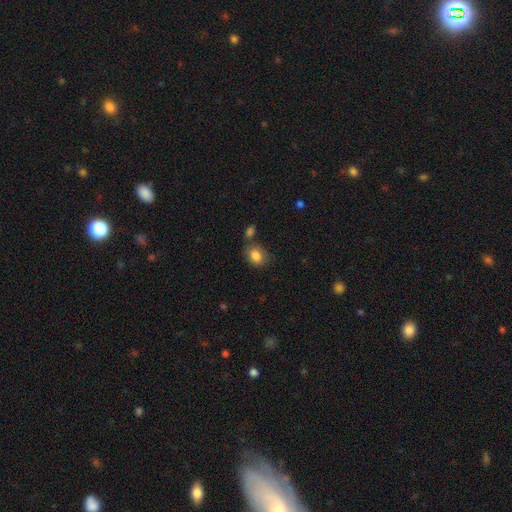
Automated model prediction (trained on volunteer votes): Overall: smooth (84%). How rounded: in between (61%; round 38%). Merging: none (63%).